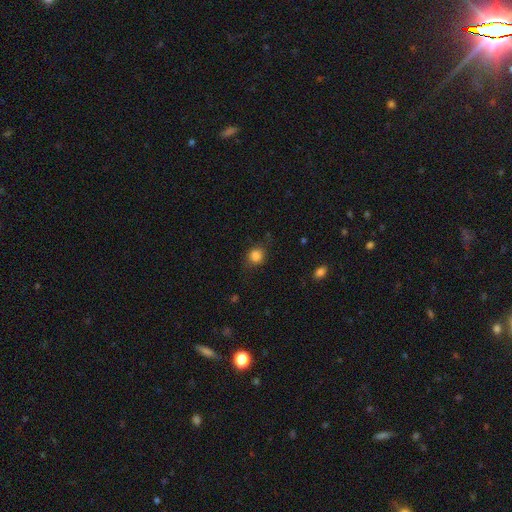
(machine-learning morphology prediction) Smooth or featured: smooth — 84% (star or artifact — 11%)
How rounded: round — 81% (in between — 18%)
Merging: none — 76% (minor disturbance — 17%)